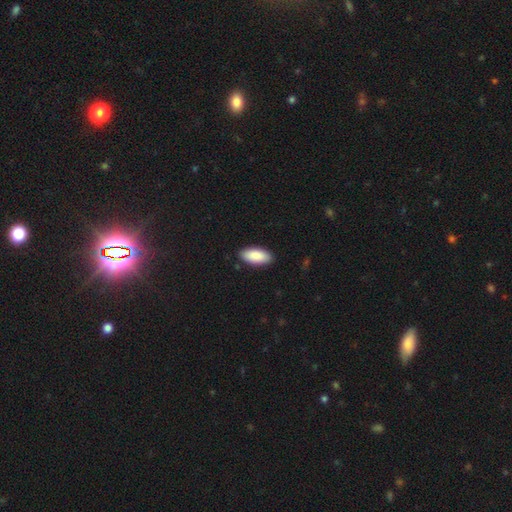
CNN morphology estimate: A smooth galaxy with no disk features (90%) that is in between round and cigar-shaped (90%). Merging: none (88%).